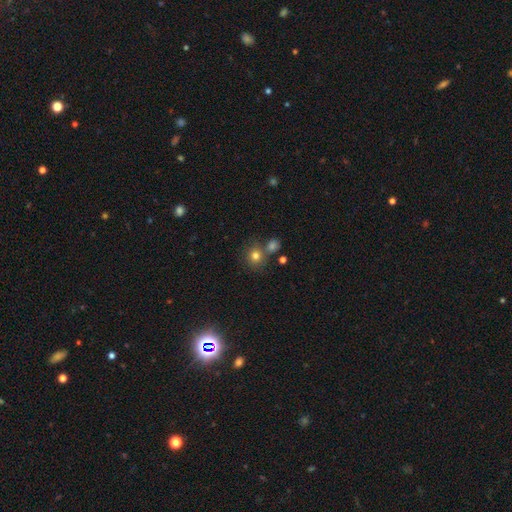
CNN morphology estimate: Smooth or featured: smooth — 78% (star or artifact — 14%)
How rounded: round — 86% (in between — 13%)
Merging: none — 66% (merger — 21%)